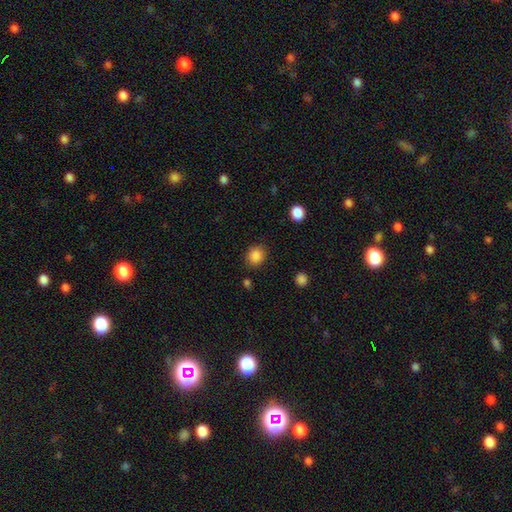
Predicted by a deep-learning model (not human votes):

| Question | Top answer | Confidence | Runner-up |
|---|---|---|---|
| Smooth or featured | smooth | 86% | star or artifact (10%) |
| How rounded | round | 74% | in between (26%) |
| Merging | none | 84% | minor disturbance (11%) |